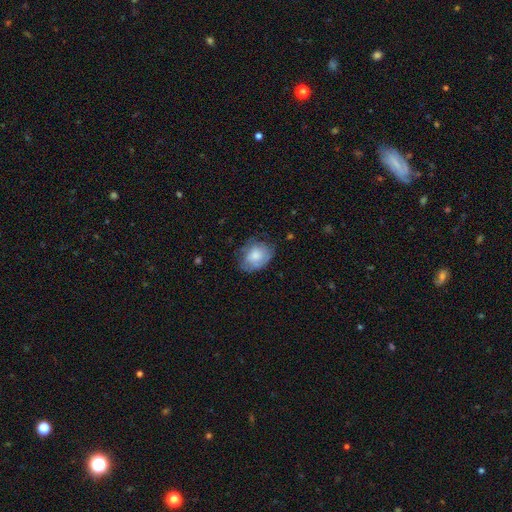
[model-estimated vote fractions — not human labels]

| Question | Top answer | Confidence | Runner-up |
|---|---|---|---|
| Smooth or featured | smooth | 65% | featured or disk (28%) |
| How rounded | in between | 60% | round (38%) |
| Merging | none | 58% | minor disturbance (30%) |